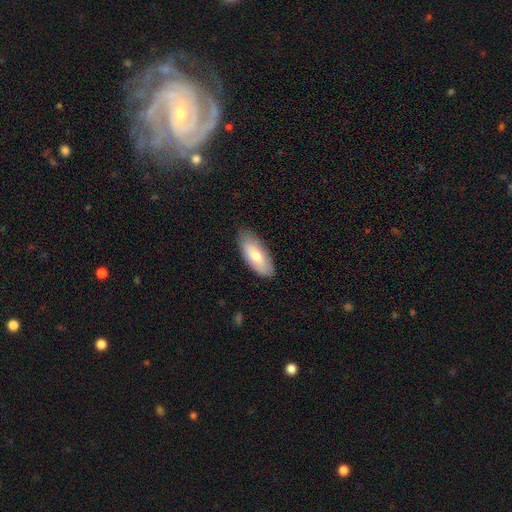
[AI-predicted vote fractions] This appears to be a smooth galaxy with no disk features (73%) that is in between round and cigar-shaped (84%). Merging: none (82%).